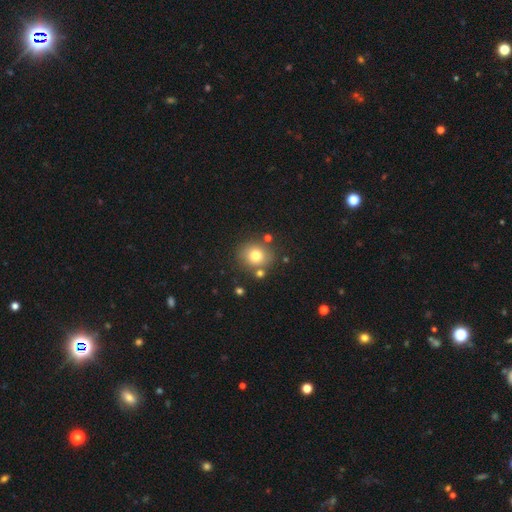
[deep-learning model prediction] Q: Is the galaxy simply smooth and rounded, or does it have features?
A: smooth — 76%.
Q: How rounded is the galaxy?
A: round — 80%.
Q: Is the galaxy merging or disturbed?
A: none — 79%.